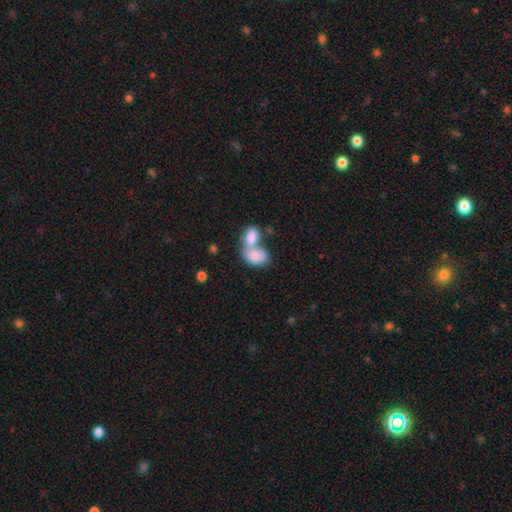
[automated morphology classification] A smooth galaxy with no disk features (79%) that is in between round and cigar-shaped (85%).

Vote fractions:
- Smooth or featured? smooth: 79% / featured or disk: 15% / star or artifact: 7%
- How rounded? in between: 85% / round: 13% / cigar-shaped: 2%
- Merging? merger: 73% / none: 16% / minor disturbance: 7% / major disturbance: 4%